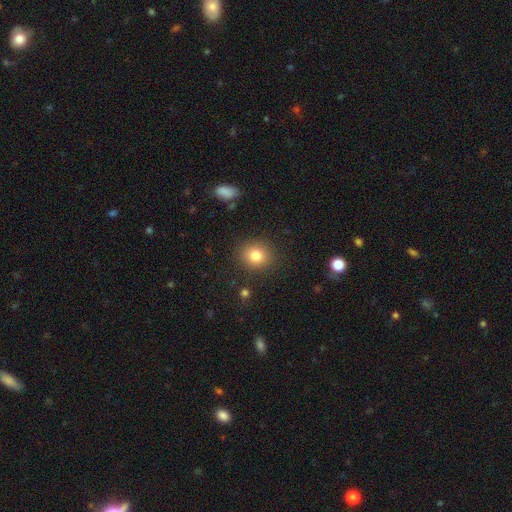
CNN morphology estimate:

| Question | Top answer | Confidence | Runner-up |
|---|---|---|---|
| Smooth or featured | smooth | 82% | star or artifact (11%) |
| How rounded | round | 79% | in between (20%) |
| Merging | none | 87% | minor disturbance (8%) |